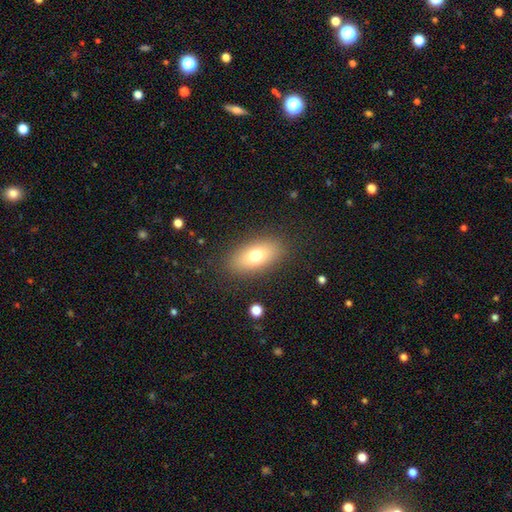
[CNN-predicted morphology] Q: Smooth or featured?
A: smooth (73%); runner-up: featured or disk (18%)
Q: How rounded?
A: in between (87%); runner-up: cigar-shaped (7%)
Q: Merging?
A: none (86%); runner-up: minor disturbance (9%)